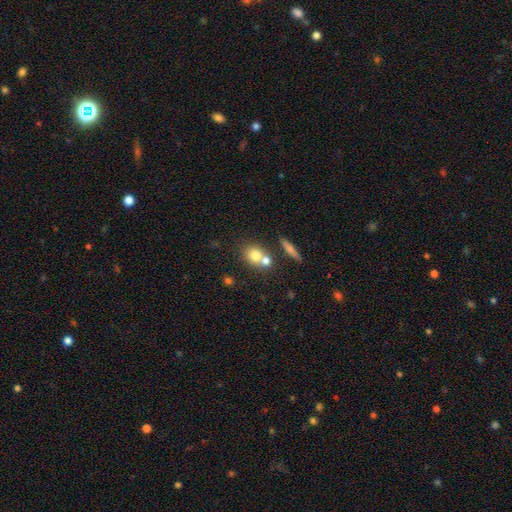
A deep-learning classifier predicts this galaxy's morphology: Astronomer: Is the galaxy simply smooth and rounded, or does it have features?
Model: smooth — 72%.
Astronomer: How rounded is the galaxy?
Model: round — 65%.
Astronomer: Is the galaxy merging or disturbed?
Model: none — 48% (runner-up: merger, 40%).